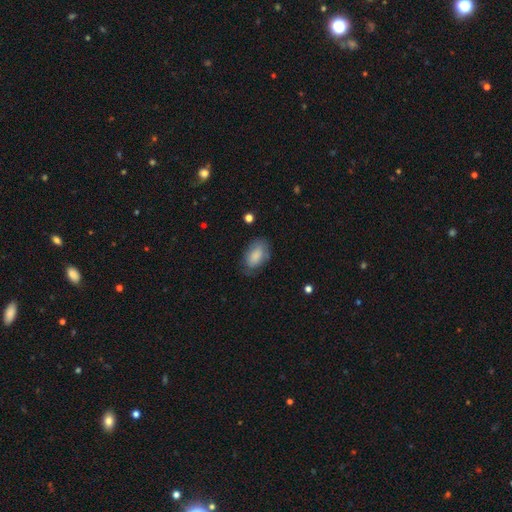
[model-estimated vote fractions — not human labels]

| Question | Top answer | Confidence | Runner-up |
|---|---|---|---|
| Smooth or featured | smooth | 82% | featured or disk (12%) |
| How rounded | in between | 92% | round (6%) |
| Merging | none | 68% | minor disturbance (23%) |